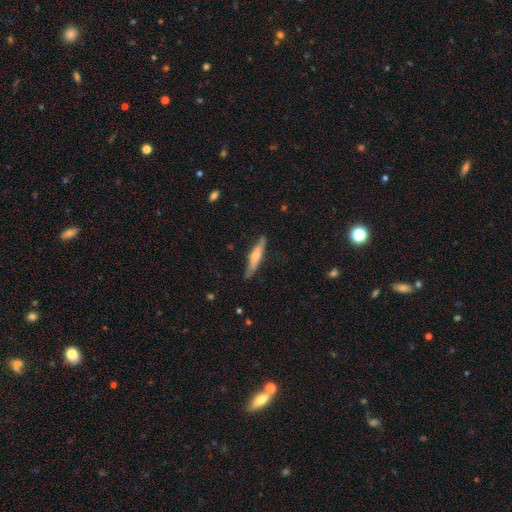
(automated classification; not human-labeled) A featured or disk galaxy (49%).

Vote fractions:
- Smooth or featured? featured or disk: 49% / smooth: 46% / star or artifact: 5%
- Merging? none: 83% / minor disturbance: 13% / major disturbance: 2% / merger: 1%